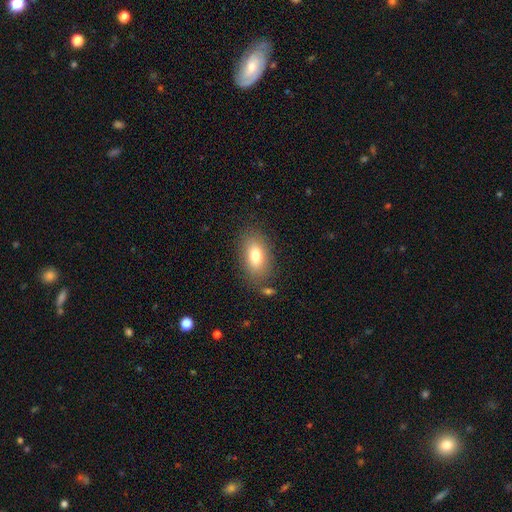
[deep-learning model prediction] Q: Smooth or featured?
A: smooth (75%); runner-up: featured or disk (15%)
Q: How rounded?
A: in between (86%); runner-up: round (12%)
Q: Merging?
A: none (79%); runner-up: minor disturbance (13%)